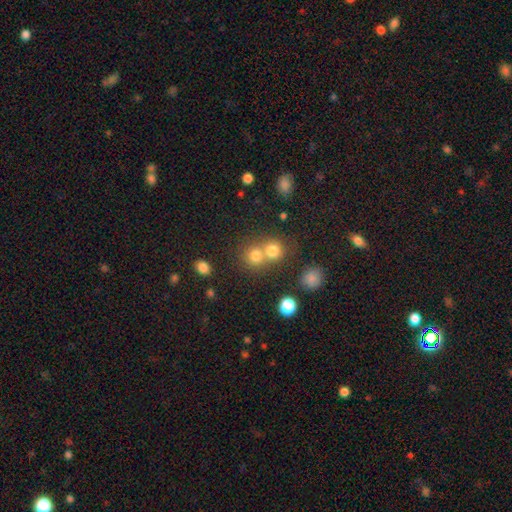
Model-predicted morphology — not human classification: smooth 76%, star or artifact 15%, featured or disk 9%. Down the decision tree: how rounded — round (85%); merging — merger (46%).